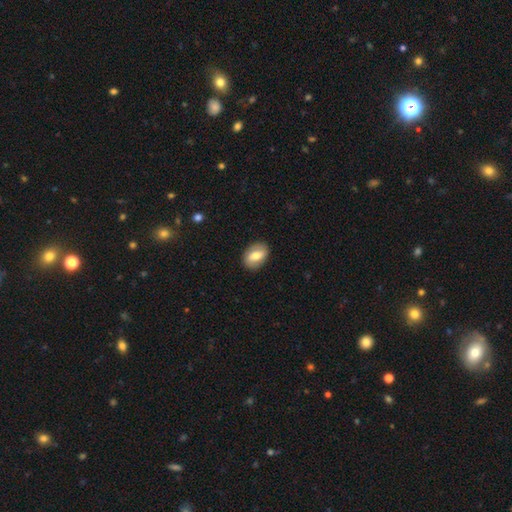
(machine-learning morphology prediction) A smooth galaxy with no disk features (67%) that is in between round and cigar-shaped (83%).

Vote fractions:
- Smooth or featured? smooth: 67% / featured or disk: 26% / star or artifact: 7%
- How rounded? in between: 83% / round: 15% / cigar-shaped: 1%
- Merging? none: 86% / minor disturbance: 10% / major disturbance: 3% / merger: 1%